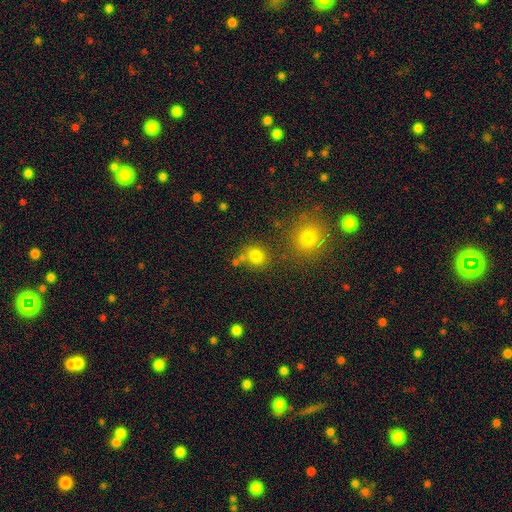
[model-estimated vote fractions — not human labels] smooth-or-featured: smooth: 78% | star or artifact: 15% | featured or disk: 6%
  how-rounded: round: 83% | in between: 16% | cigar-shaped: 1%
  merging: none: 72% | merger: 14% | minor disturbance: 10% | major disturbance: 4%